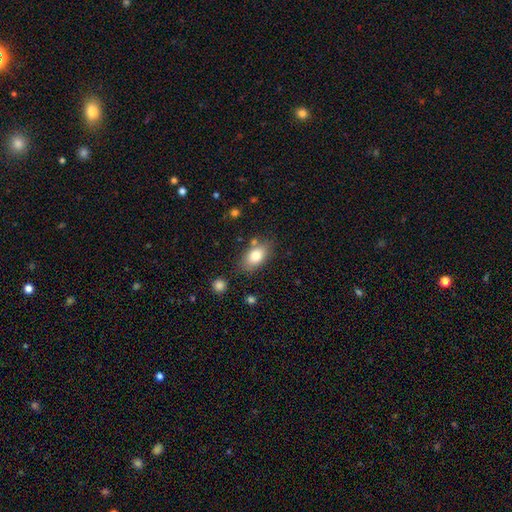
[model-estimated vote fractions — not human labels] Smooth or featured: smooth — 79% (featured or disk — 14%)
How rounded: in between — 89% (round — 7%)
Merging: none — 74% (minor disturbance — 15%)